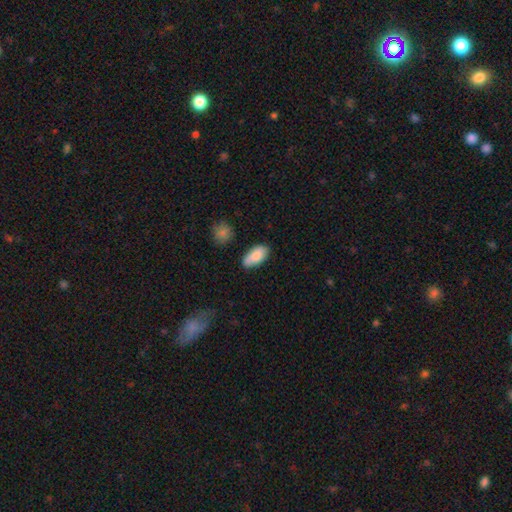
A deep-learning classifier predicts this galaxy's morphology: A smooth galaxy with no disk features (84%) that is in between round and cigar-shaped (92%).

Vote fractions:
- Smooth or featured? smooth: 84% / featured or disk: 10% / star or artifact: 6%
- How rounded? in between: 92% / cigar-shaped: 5% / round: 3%
- Merging? none: 76% / minor disturbance: 17% / merger: 4% / major disturbance: 3%